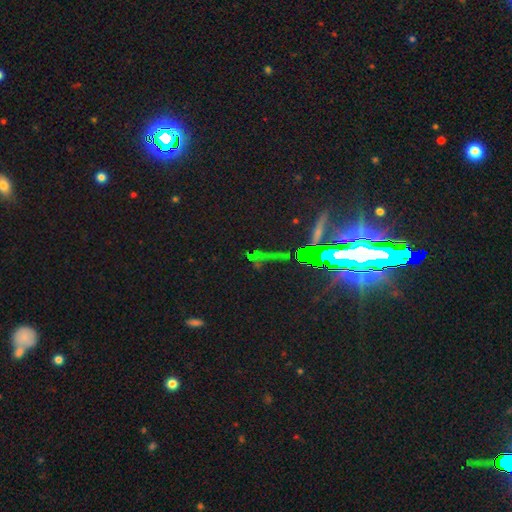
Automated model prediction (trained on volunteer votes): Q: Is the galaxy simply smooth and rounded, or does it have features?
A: star or artifact — 70%.